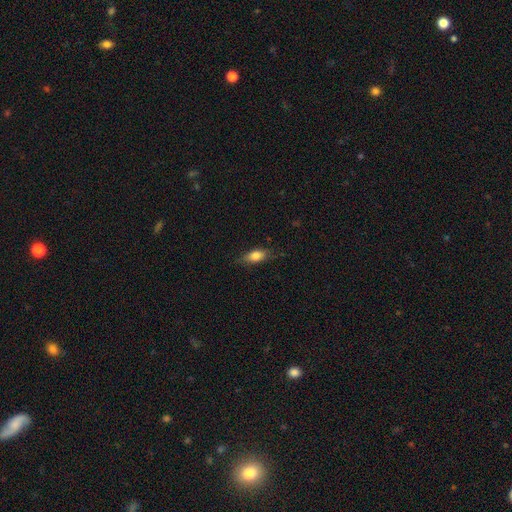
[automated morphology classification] smooth_or_featured: smooth (p=0.78) [alt: featured or disk p=0.14]
how_rounded: in between (p=0.80) [alt: cigar-shaped p=0.16]
merging: none (p=0.77) [alt: minor disturbance p=0.18]